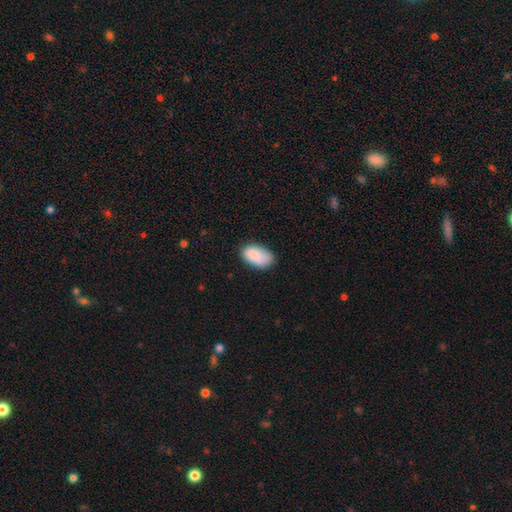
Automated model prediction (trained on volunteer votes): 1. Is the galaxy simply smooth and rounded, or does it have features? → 86% smooth, 7% featured or disk, 7% star or artifact.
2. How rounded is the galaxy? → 94% in between, 5% round, 2% cigar-shaped.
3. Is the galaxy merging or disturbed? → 71% none, 23% minor disturbance, 5% major disturbance, 2% merger.